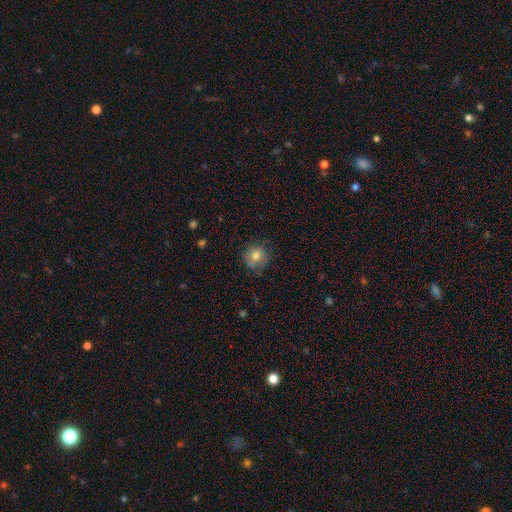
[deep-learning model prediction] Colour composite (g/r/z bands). It shows a smooth galaxy with no disk features (79%) that is round (88%). Merging: none (76%).